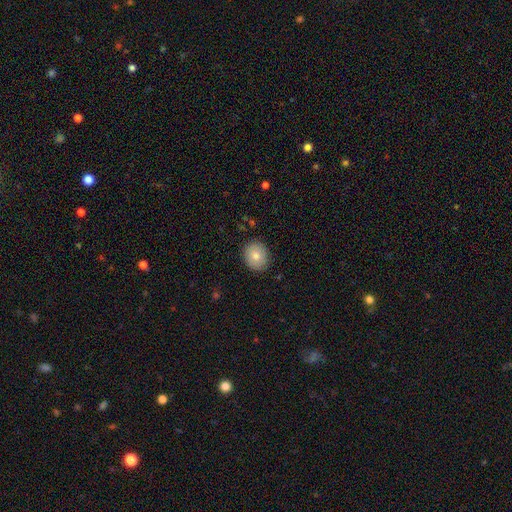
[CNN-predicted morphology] smooth 79%, featured or disk 13%, star or artifact 8%. Down the decision tree: how rounded — round (67%); merging — none (88%).